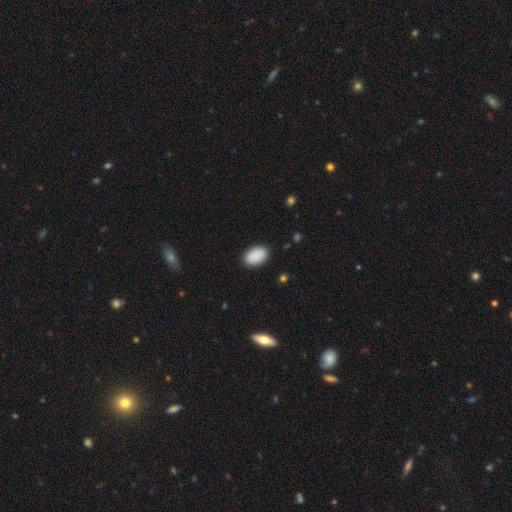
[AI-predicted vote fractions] This is clearly a smooth galaxy (91%). How rounded: clearly in between (90%). Merging: clearly none (89%).